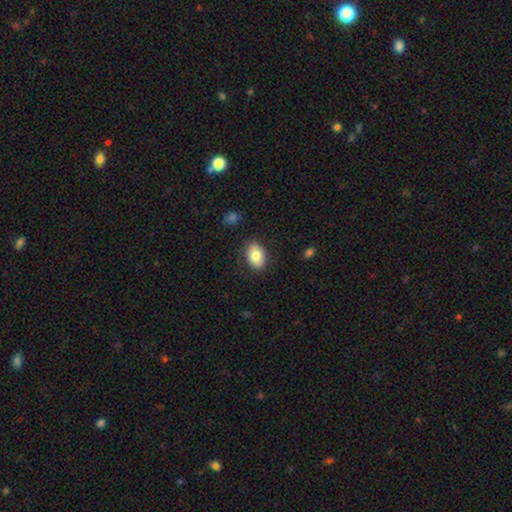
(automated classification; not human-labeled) This is clearly a smooth galaxy (81%). How rounded: clearly in between (84%). Merging: clearly none (85%).